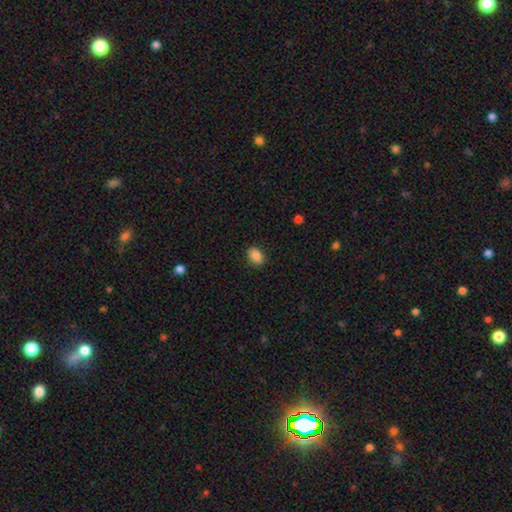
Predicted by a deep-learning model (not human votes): The model was most divided on "how rounded": in between: 75%, round: 24%, cigar-shaped: 1%. More confident: merging — none (86%); smooth or featured — smooth (86%).